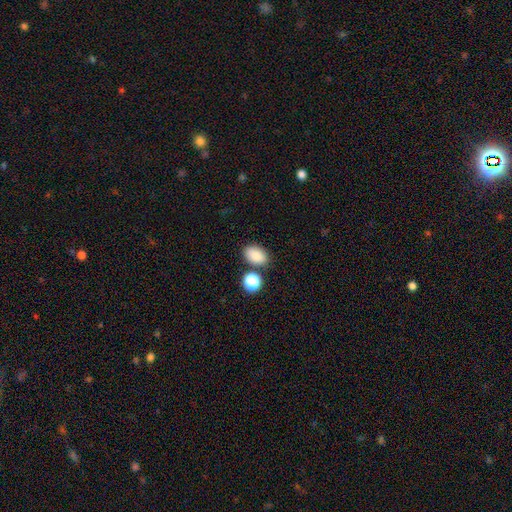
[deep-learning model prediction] Smooth or featured? Predicted: smooth (p=0.85). How rounded? Predicted: in between (p=0.85). Merging? Predicted: none (p=0.76).